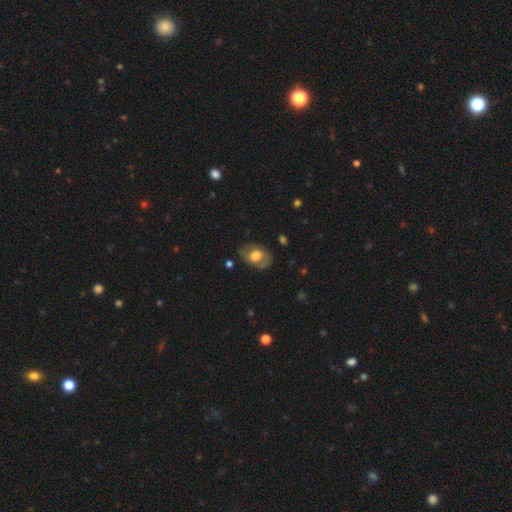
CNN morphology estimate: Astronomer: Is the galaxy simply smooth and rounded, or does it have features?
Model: smooth — 49% (runner-up: featured or disk, 45%).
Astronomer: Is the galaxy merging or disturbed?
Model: none — 74%.